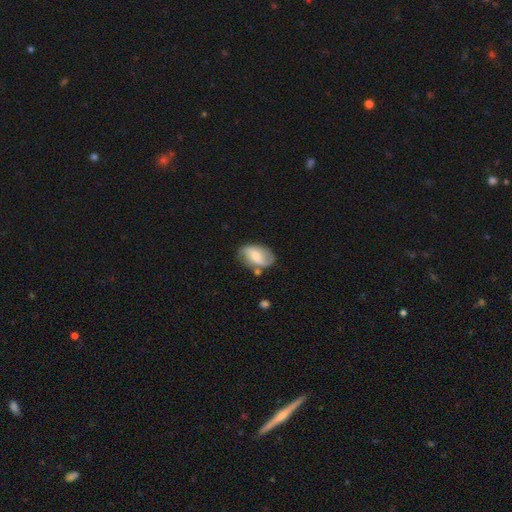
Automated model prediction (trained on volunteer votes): smooth-or-featured: featured or disk: 60% | smooth: 33% | star or artifact: 7%
  disk-edge-on: no: 96% | yes: 4%
    bar: weak: 44% | no: 34% | strong: 22%
    has-spiral-arms: yes: 85% | no: 15%
    bulge-size: small: 45% | moderate: 44% | none: 5% | large: 4% | dominant: 1%
  merging: none: 64% | minor disturbance: 22% | major disturbance: 7% | merger: 7%